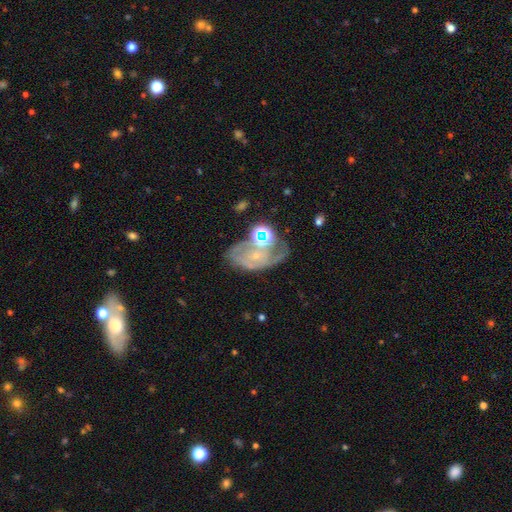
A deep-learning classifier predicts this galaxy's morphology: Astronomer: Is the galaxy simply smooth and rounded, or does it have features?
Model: featured or disk — 63%.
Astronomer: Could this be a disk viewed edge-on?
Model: no — 96%.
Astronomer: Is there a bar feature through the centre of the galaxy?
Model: no — 71%.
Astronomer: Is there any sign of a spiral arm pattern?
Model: yes — 66%.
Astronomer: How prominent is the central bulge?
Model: small — 67%.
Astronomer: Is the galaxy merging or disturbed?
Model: none — 36% (runner-up: major disturbance, 25%).